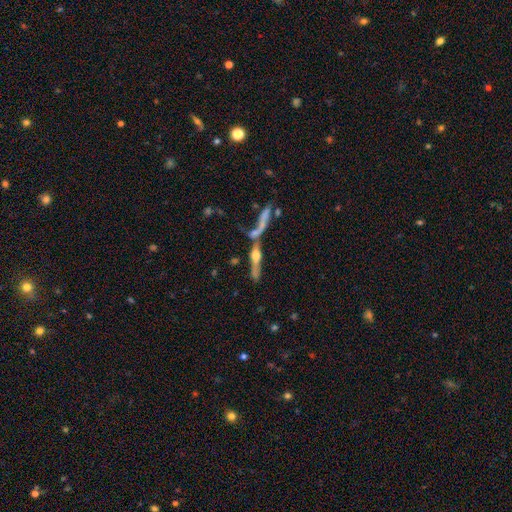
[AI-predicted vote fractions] Smooth or featured: featured or disk — 64% (smooth — 27%)
Edge-on disk: yes — 82% (no — 18%)
Edge-on bulge: rounded — 89% (none — 6%)
Merging: merger — 44% (none — 35%)